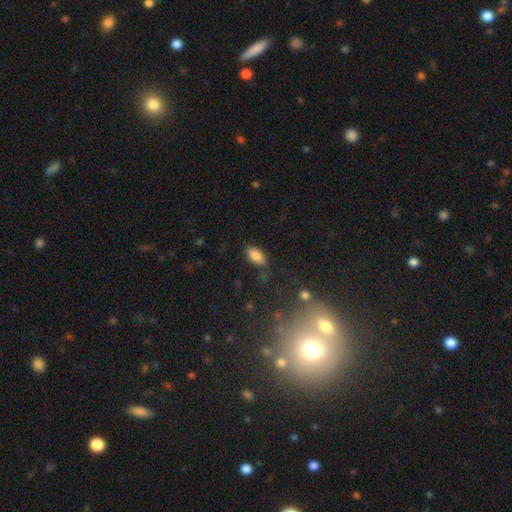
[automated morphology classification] A smooth galaxy with no disk features (85%) that is in between round and cigar-shaped (91%).

Vote fractions:
- Smooth or featured? smooth: 85% / star or artifact: 9% / featured or disk: 6%
- How rounded? in between: 91% / cigar-shaped: 6% / round: 3%
- Merging? none: 77% / minor disturbance: 17% / major disturbance: 4% / merger: 2%